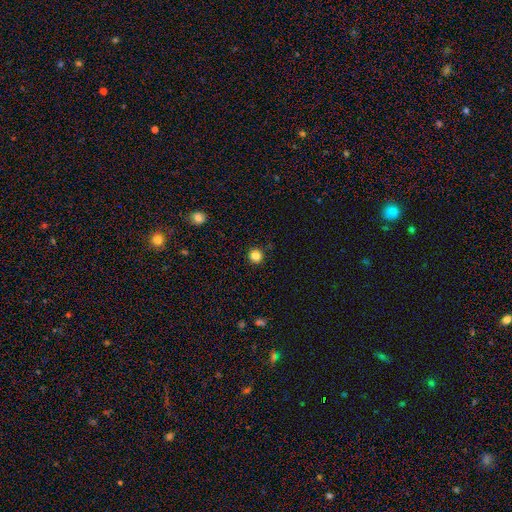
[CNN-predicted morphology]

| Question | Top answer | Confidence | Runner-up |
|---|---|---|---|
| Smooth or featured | smooth | 83% | star or artifact (12%) |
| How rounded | round | 95% | in between (4%) |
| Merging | none | 92% | minor disturbance (5%) |